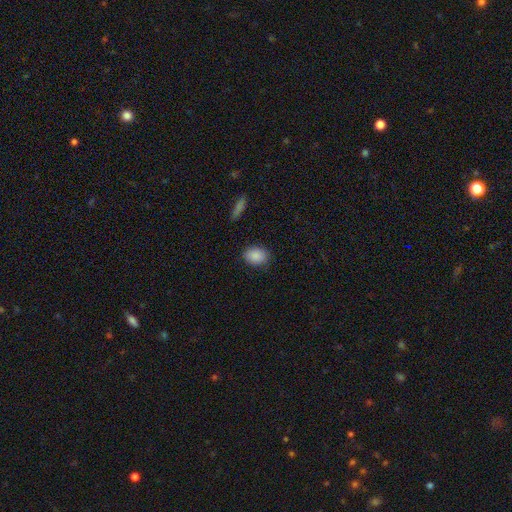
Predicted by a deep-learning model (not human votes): Smooth or featured? smooth (88%)
How rounded? in between (67%)
Merging? none (84%)